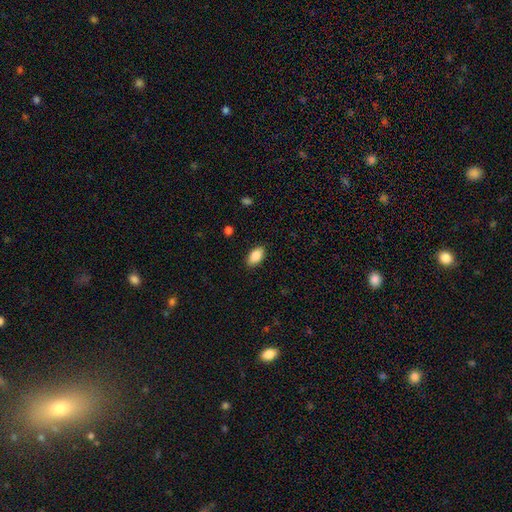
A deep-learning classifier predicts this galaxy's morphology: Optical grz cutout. It shows a smooth galaxy with no disk features (87%) that is in between round and cigar-shaped (93%). Merging: none (89%).